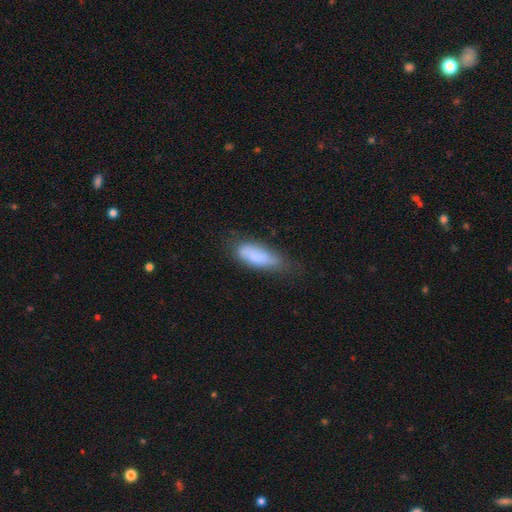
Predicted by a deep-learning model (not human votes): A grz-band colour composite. It shows a smooth galaxy with no disk features (77%) that is in between round and cigar-shaped (70%). Merging: none (51%).